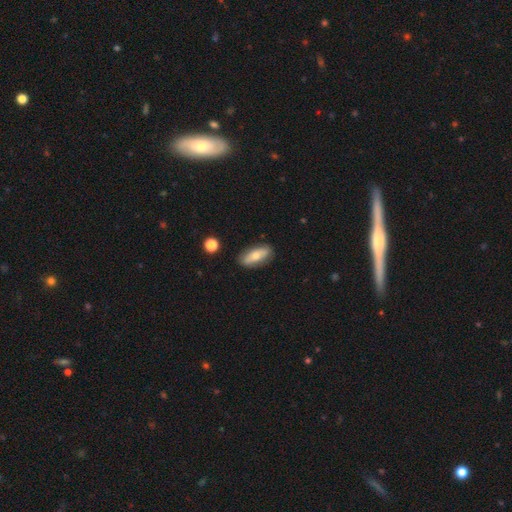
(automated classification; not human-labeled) Smooth or featured: smooth — 60% (featured or disk — 34%)
How rounded: in between — 79% (cigar-shaped — 18%)
Merging: none — 85% (minor disturbance — 11%)